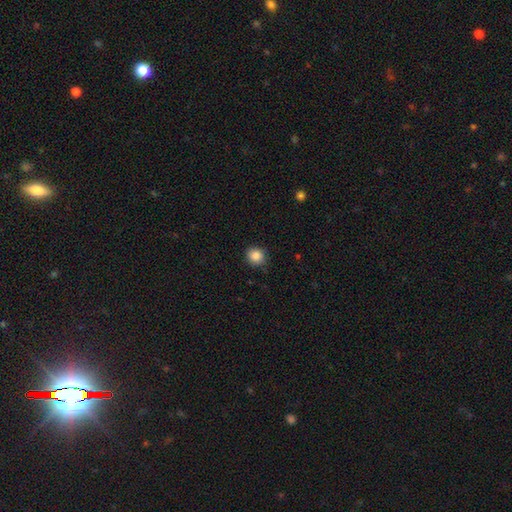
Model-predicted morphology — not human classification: Overall: smooth (86%). How rounded: round (86%). Merging: none (86%).